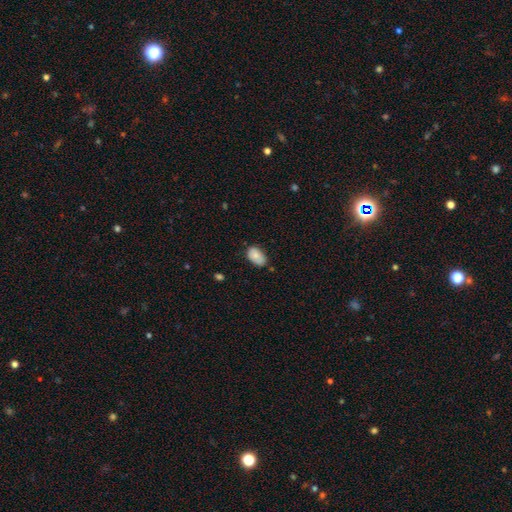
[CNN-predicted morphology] smooth_or_featured: smooth (p=0.82) [alt: featured or disk p=0.11]
how_rounded: in between (p=0.91) [alt: round p=0.08]
merging: none (p=0.65) [alt: minor disturbance p=0.28]